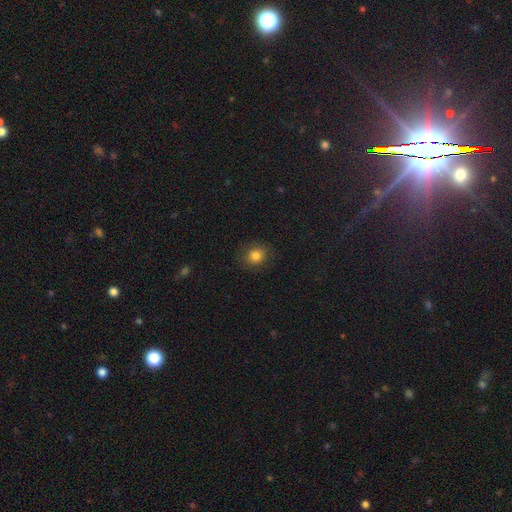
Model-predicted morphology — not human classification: Smooth or featured? Predicted: smooth (p=0.81). How rounded? Predicted: round (p=0.77). Merging? Predicted: none (p=0.86).